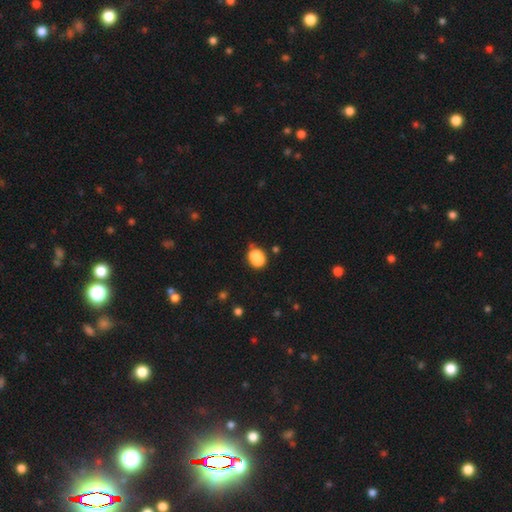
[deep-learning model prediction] Overall: smooth (73%). How rounded: in between (53%; round 45%). Merging: merger (42%; none 39%).